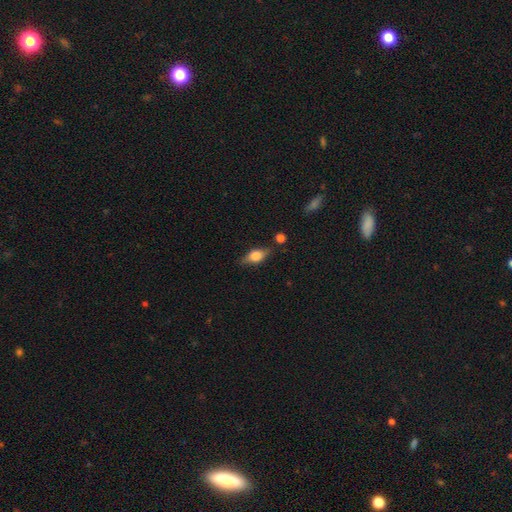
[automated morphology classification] smooth-or-featured: smooth: 61% | featured or disk: 31% | star or artifact: 8%
  how-rounded: in between: 76% | cigar-shaped: 15% | round: 9%
  merging: none: 74% | minor disturbance: 17% | merger: 4% | major disturbance: 4%